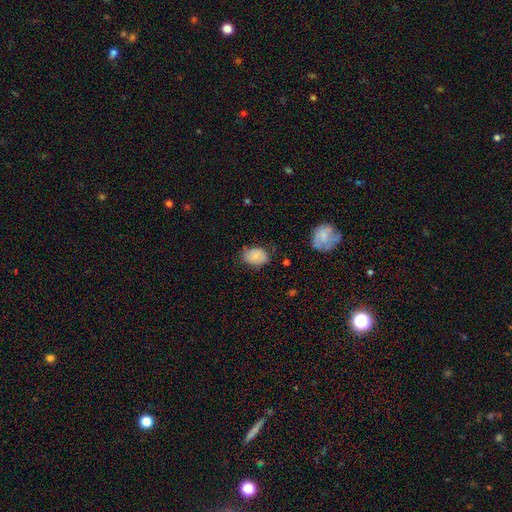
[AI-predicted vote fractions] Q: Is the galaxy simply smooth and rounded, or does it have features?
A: smooth — 81%.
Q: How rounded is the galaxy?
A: in between — 75%.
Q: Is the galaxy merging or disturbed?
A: none — 68%.